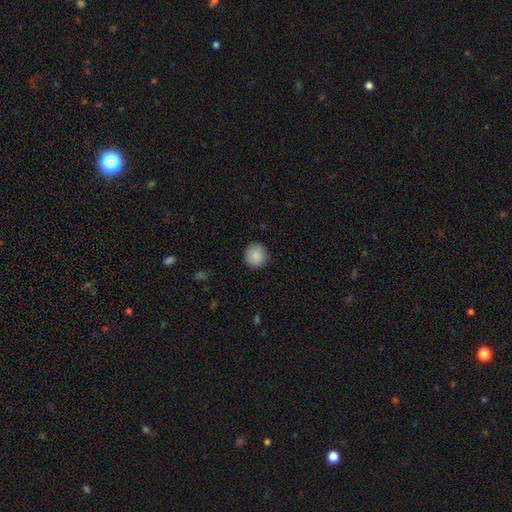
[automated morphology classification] Smooth or featured? smooth (87%)
How rounded? round (93%)
Merging? none (88%)